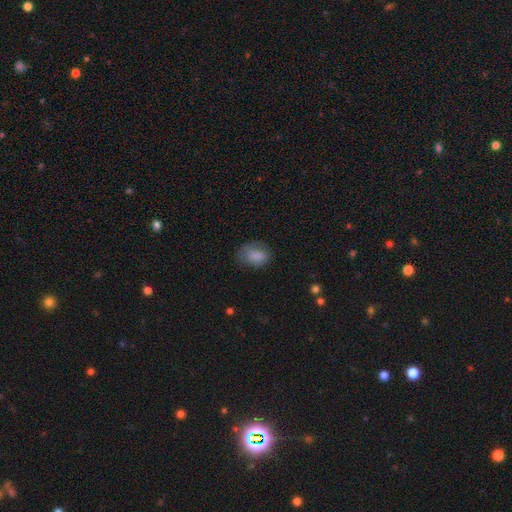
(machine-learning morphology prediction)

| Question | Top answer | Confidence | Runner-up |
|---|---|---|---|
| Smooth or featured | smooth | 82% | featured or disk (9%) |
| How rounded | in between | 77% | round (22%) |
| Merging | none | 59% | minor disturbance (27%) |